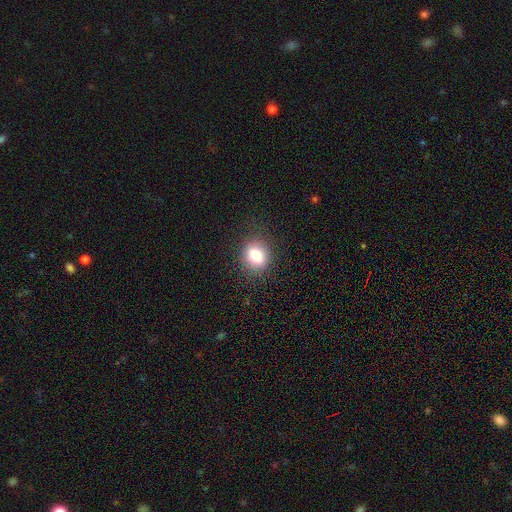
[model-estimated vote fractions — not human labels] Smooth or featured? Predicted: smooth (p=0.78). How rounded? Predicted: round (p=0.49, tied with in between). Merging? Predicted: none (p=0.85).